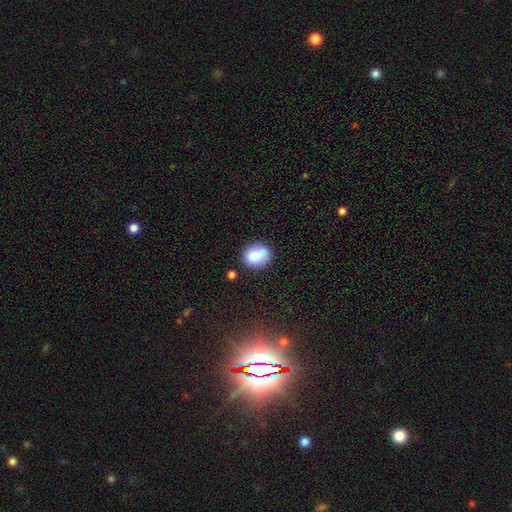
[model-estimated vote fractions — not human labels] smooth-or-featured: smooth: 80% | featured or disk: 11% | star or artifact: 9%
  how-rounded: round: 60% | in between: 39% | cigar-shaped: 1%
  merging: none: 74% | minor disturbance: 16% | merger: 6% | major disturbance: 4%